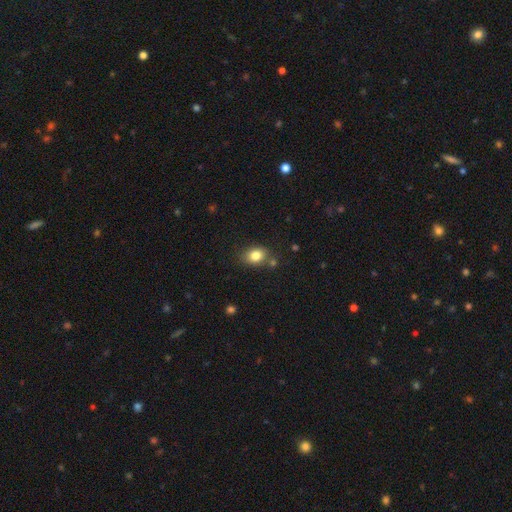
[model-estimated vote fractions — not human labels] Q: Smooth or featured?
A: smooth (82%); runner-up: star or artifact (10%)
Q: How rounded?
A: in between (61%); runner-up: round (38%)
Q: Merging?
A: none (74%); runner-up: minor disturbance (15%)